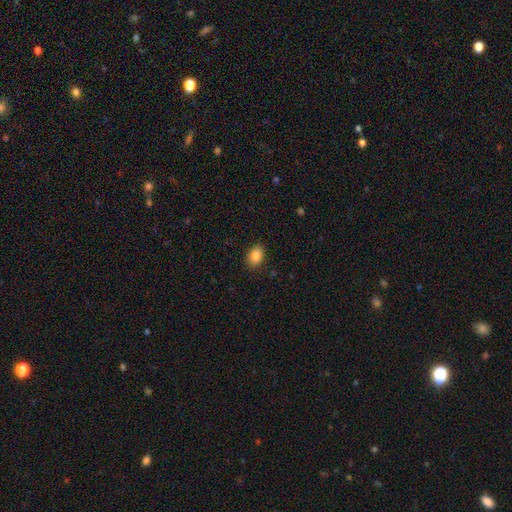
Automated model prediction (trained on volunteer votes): smooth 85%, star or artifact 8%, featured or disk 6%. Down the decision tree: how rounded — in between (78%); merging — none (88%).